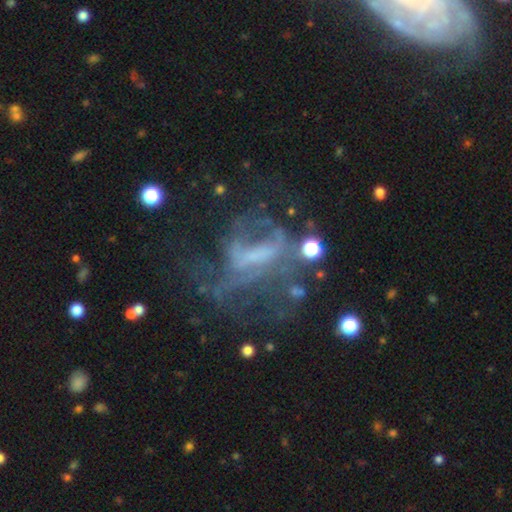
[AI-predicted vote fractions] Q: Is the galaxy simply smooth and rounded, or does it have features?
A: featured or disk — 65%.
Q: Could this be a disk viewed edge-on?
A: no — 95%.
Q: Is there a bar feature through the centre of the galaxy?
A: no — 44%.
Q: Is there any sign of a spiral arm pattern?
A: no — 57%.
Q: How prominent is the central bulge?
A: none — 49%.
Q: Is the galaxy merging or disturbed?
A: major disturbance — 42%.